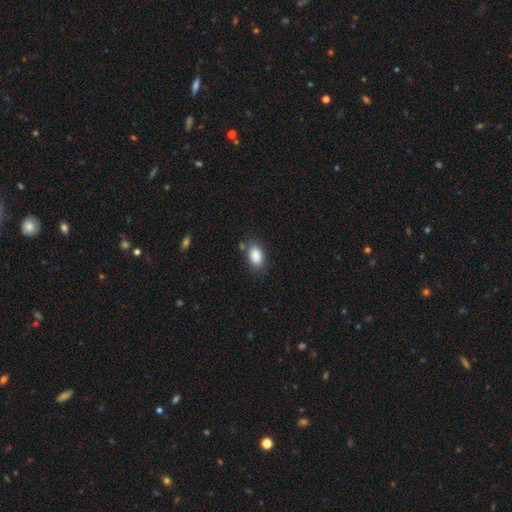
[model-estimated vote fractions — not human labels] Overall: smooth (88%). How rounded: in between (90%). Merging: none (76%).